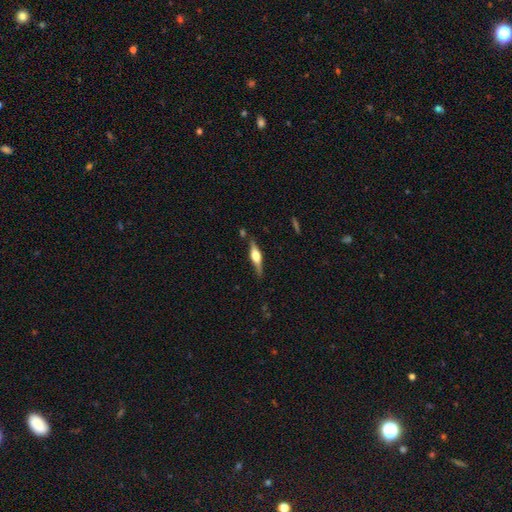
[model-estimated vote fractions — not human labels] Smooth or featured?
  - featured or disk: 71% *
  - smooth: 23%
  - star or artifact: 6%
Edge-on disk?
  - yes: 97% *
  - no: 3%
Edge-on bulge?
  - rounded: 89% *
  - boxy: 9%
  - none: 2%
Merging?
  - none: 82% *
  - minor disturbance: 12%
  - merger: 3%
  - major disturbance: 3%